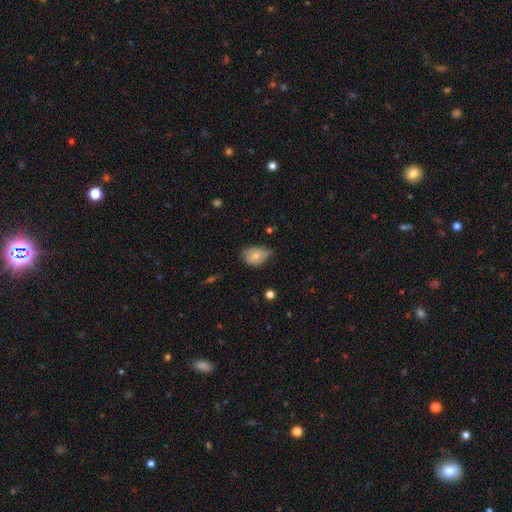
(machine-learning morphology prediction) The model was most divided on "merging": minor disturbance: 47%, none: 40%, major disturbance: 11%, merger: 2%. More confident: smooth or featured — smooth (71%); how rounded — in between (68%).